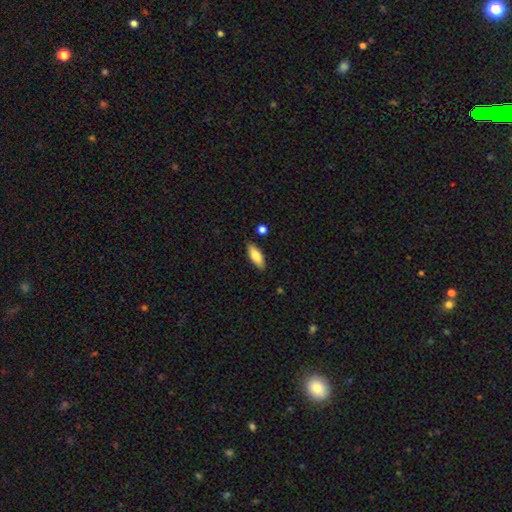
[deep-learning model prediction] Overall: smooth (76%). How rounded: in between (72%). Merging: none (84%).